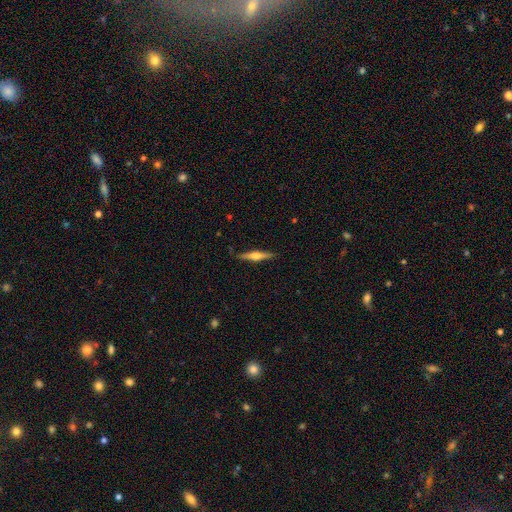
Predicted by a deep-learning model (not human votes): Smooth or featured? featured or disk (64%)
Edge-on disk? yes (97%)
Edge-on bulge? rounded (91%)
Merging? none (88%)